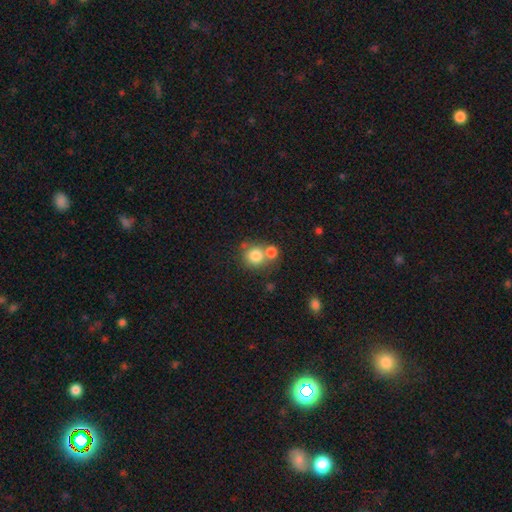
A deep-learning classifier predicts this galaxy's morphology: Smooth or featured? smooth (80%)
How rounded? round (87%)
Merging? none (49%)